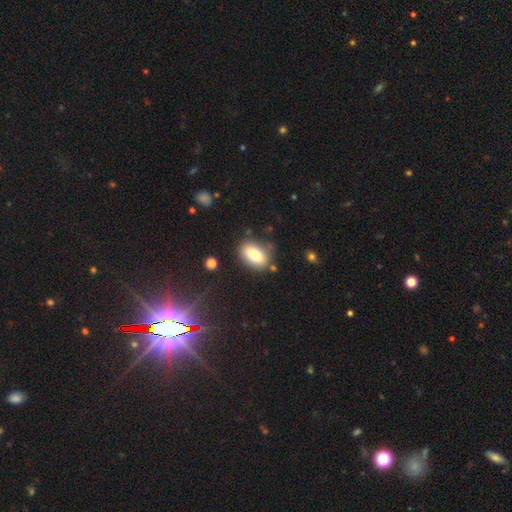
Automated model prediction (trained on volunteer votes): This is likely a smooth galaxy (77%). How rounded: clearly in between (85%). Merging: likely none (79%).